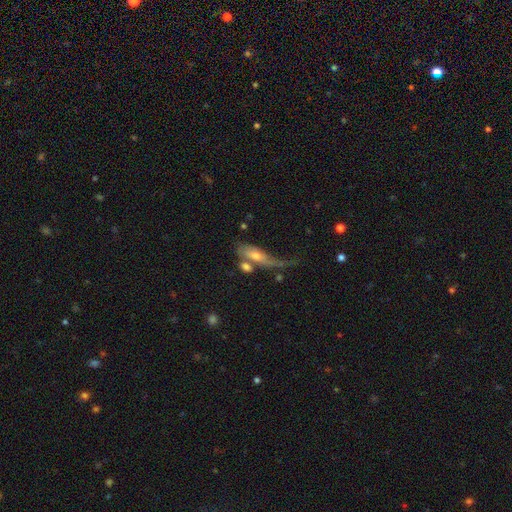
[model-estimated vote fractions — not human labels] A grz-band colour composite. It shows a smooth galaxy with no disk features (47%). Merging: major disturbance (31%).